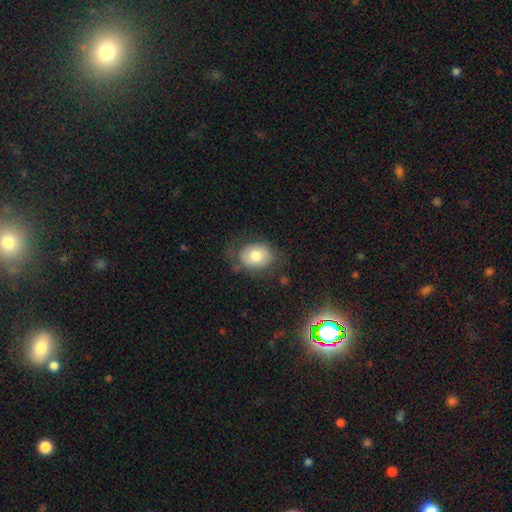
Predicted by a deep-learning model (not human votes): smooth 70%, featured or disk 22%, star or artifact 8%. Down the decision tree: how rounded — in between (58%); merging — none (65%).